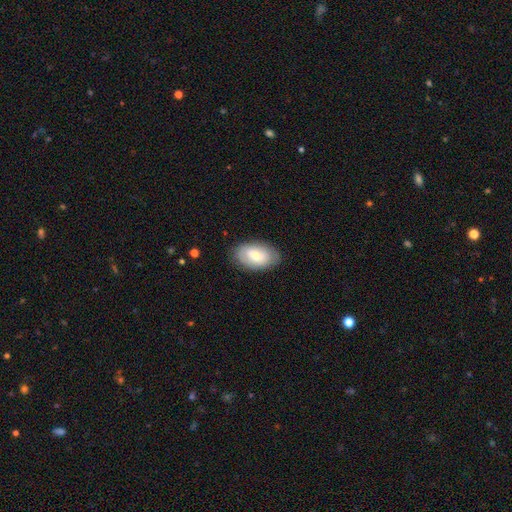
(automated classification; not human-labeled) smooth 65%, featured or disk 29%, star or artifact 7%. Down the decision tree: how rounded — in between (92%); merging — none (82%).